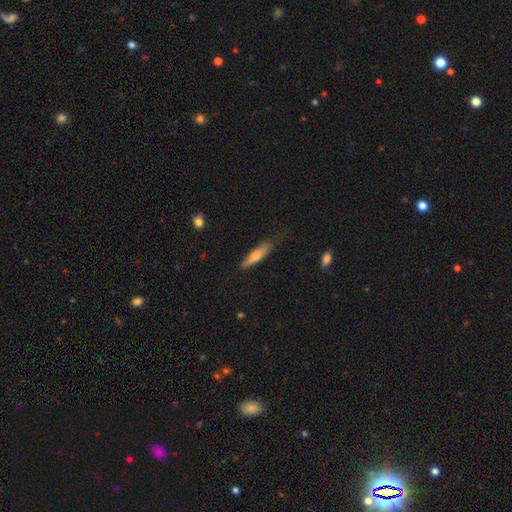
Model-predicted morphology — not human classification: smooth_or_featured: smooth (p=0.69) [alt: featured or disk p=0.25]
how_rounded: cigar-shaped (p=0.74) [alt: in between p=0.24]
merging: none (p=0.68) [alt: minor disturbance p=0.24]